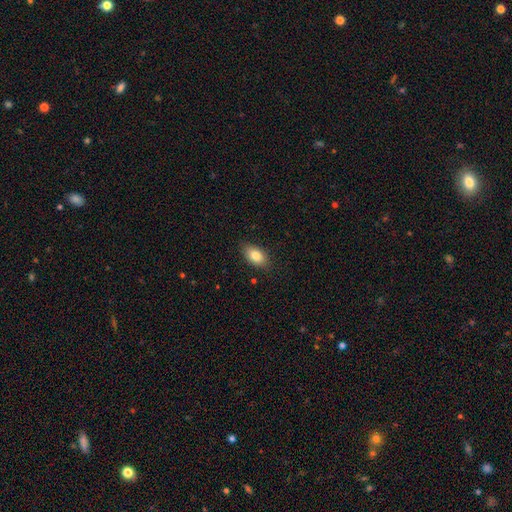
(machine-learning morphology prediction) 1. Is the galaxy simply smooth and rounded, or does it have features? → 81% smooth, 11% featured or disk, 8% star or artifact.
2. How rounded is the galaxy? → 90% in between, 7% round, 3% cigar-shaped.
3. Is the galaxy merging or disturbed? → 85% none, 12% minor disturbance, 2% major disturbance, 1% merger.